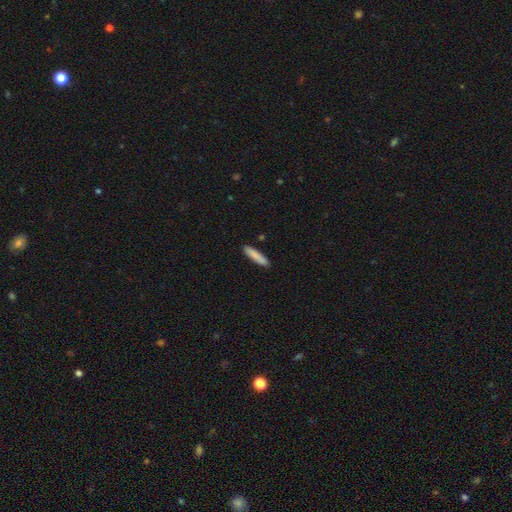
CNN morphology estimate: type=smooth (86%); roundness=cigar-shaped (85%); merging=none (89%).